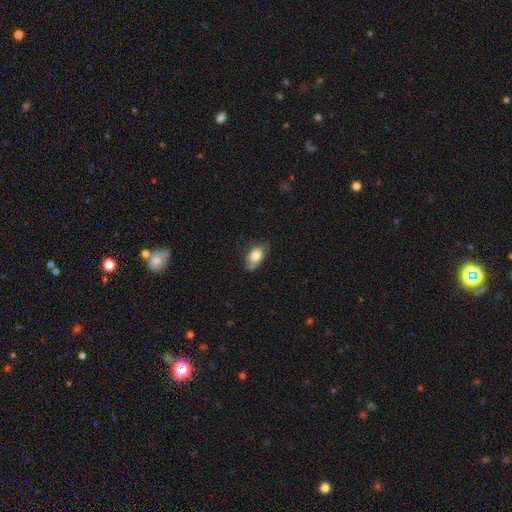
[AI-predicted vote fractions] This appears to be a smooth galaxy with no disk features (77%) that is in between round and cigar-shaped (87%). Merging: none (58%).